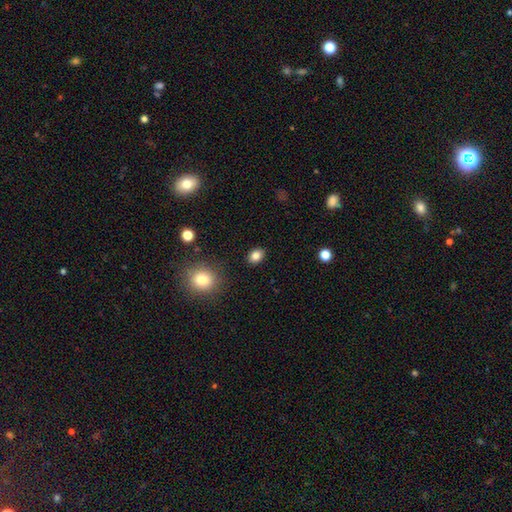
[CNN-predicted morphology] type=smooth (84%); roundness=in between (62%); merging=none (88%).